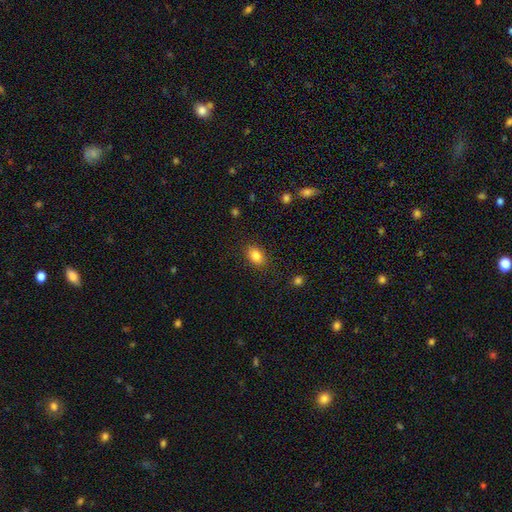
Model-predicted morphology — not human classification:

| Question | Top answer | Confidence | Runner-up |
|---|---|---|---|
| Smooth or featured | smooth | 85% | star or artifact (9%) |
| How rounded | in between | 78% | round (21%) |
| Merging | none | 86% | minor disturbance (10%) |